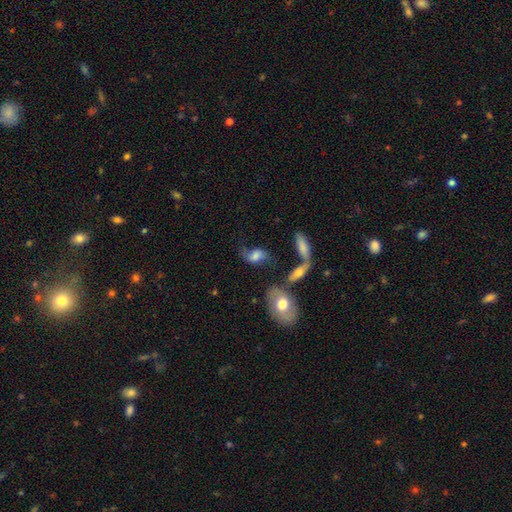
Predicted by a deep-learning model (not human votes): smooth-or-featured: smooth: 49% | featured or disk: 41% | star or artifact: 10%
  merging: none: 40% | minor disturbance: 25% | major disturbance: 21% | merger: 14%